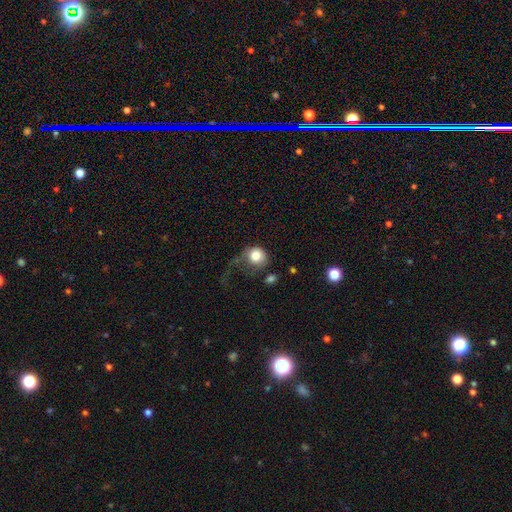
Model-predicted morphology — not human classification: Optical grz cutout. It shows a smooth galaxy with no disk features (76%) that is round (83%). Merging: major disturbance (45%).